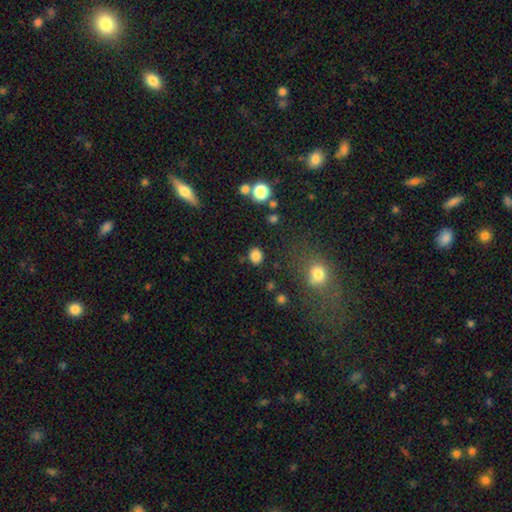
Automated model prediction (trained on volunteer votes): Smooth or featured? smooth (83%)
How rounded? round (68%)
Merging? none (86%)